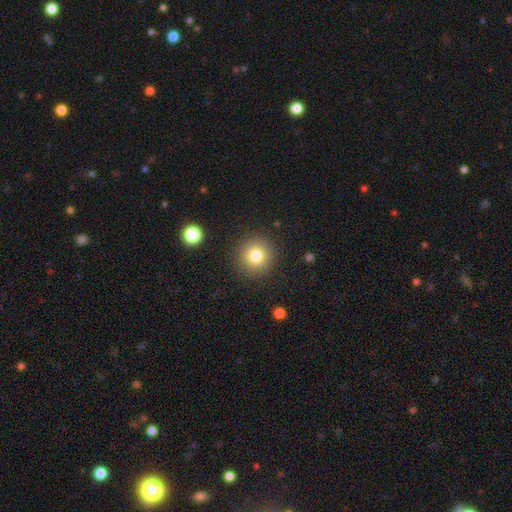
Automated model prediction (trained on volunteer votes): smooth_or_featured: smooth (p=0.81) [alt: star or artifact p=0.11]
how_rounded: round (p=0.94) [alt: in between p=0.05]
merging: none (p=0.89) [alt: minor disturbance p=0.06]